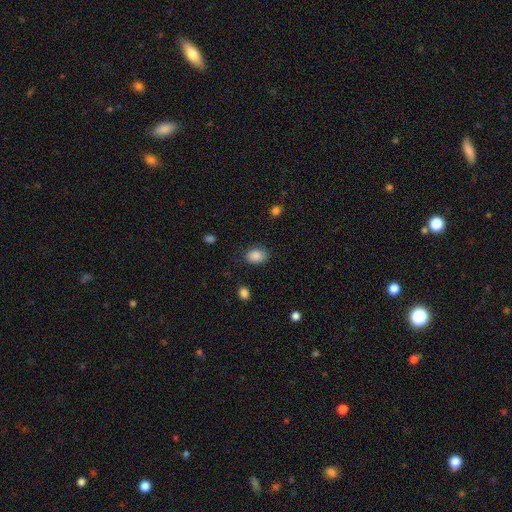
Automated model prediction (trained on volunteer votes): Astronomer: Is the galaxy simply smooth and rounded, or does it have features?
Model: smooth — 87%.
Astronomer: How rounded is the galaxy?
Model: in between — 72%.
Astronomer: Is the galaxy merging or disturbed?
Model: none — 79%.